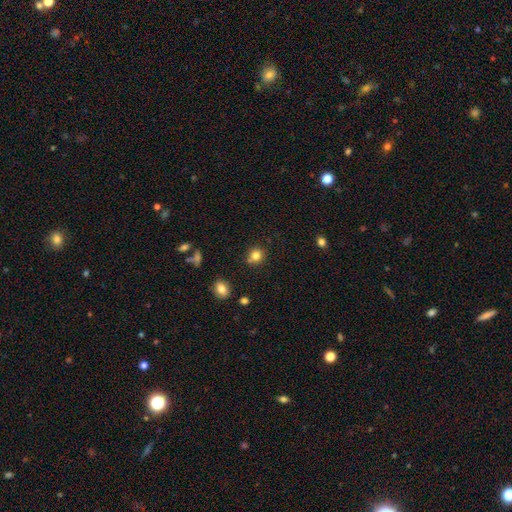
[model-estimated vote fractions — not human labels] Morphology: type=smooth (81%); roundness=round (87%); merging=none (78%).